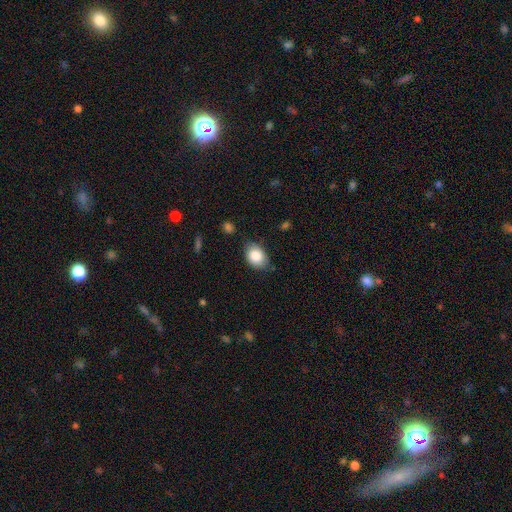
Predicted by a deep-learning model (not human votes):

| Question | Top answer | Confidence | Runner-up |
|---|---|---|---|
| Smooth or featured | smooth | 85% | featured or disk (8%) |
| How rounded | in between | 77% | round (22%) |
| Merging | none | 72% | minor disturbance (22%) |